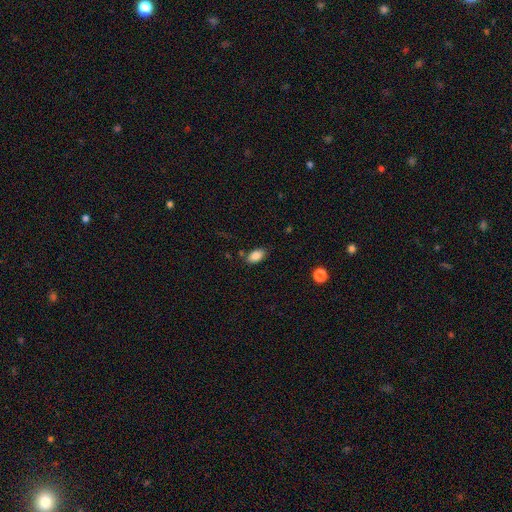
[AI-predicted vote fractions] Smooth or featured?
  - smooth: 86% *
  - star or artifact: 8%
  - featured or disk: 5%
How rounded?
  - in between: 91% *
  - round: 7%
  - cigar-shaped: 2%
Merging?
  - none: 80% *
  - minor disturbance: 13%
  - merger: 4%
  - major disturbance: 3%